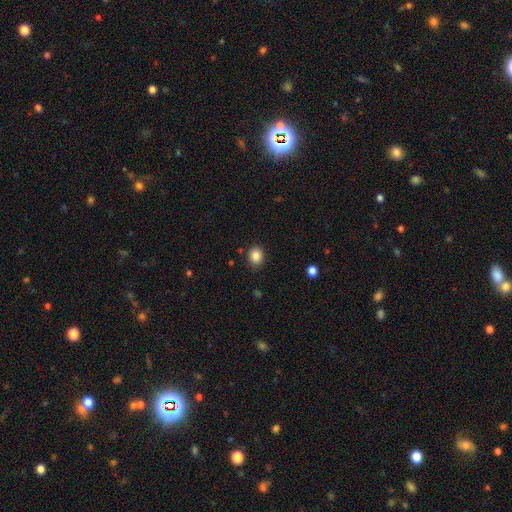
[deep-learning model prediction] Smooth or featured?
  - smooth: 86% *
  - star or artifact: 10%
  - featured or disk: 4%
How rounded?
  - round: 63% *
  - in between: 37%
  - cigar-shaped: 1%
Merging?
  - none: 86% *
  - minor disturbance: 9%
  - major disturbance: 2%
  - merger: 2%